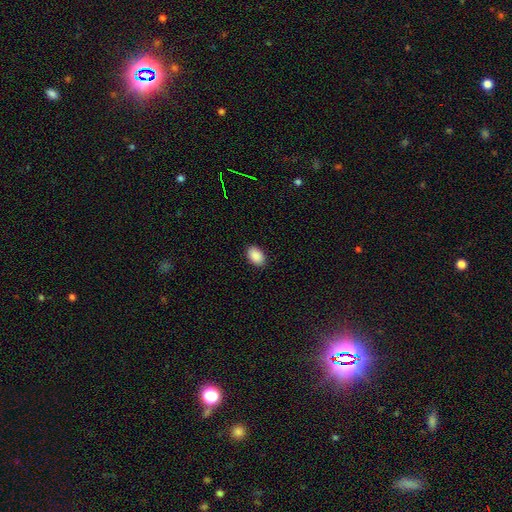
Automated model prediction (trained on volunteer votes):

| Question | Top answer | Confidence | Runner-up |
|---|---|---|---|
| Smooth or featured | smooth | 91% | star or artifact (7%) |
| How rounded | in between | 90% | round (9%) |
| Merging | none | 90% | minor disturbance (8%) |